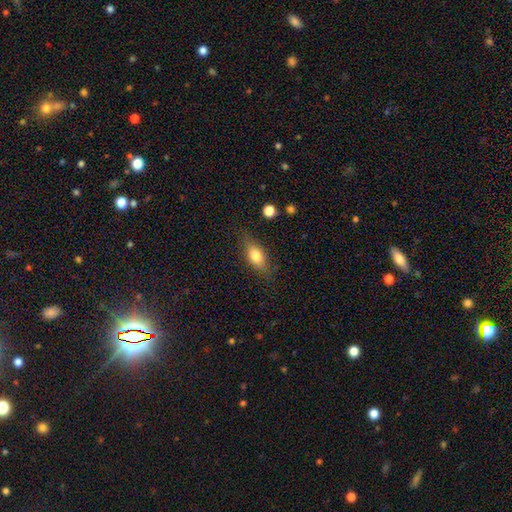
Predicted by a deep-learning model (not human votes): smooth_or_featured: smooth (p=0.71) [alt: featured or disk p=0.21]
how_rounded: in between (p=0.76) [alt: cigar-shaped p=0.16]
merging: none (p=0.77) [alt: minor disturbance p=0.17]